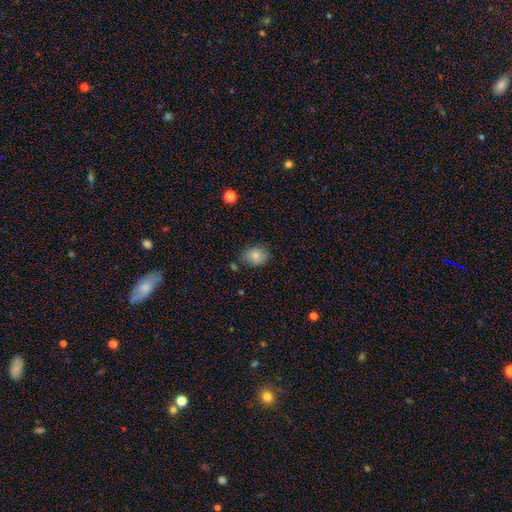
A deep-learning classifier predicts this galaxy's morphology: smooth 82%, featured or disk 9%, star or artifact 9%. Down the decision tree: how rounded — in between (62%); merging — none (79%).